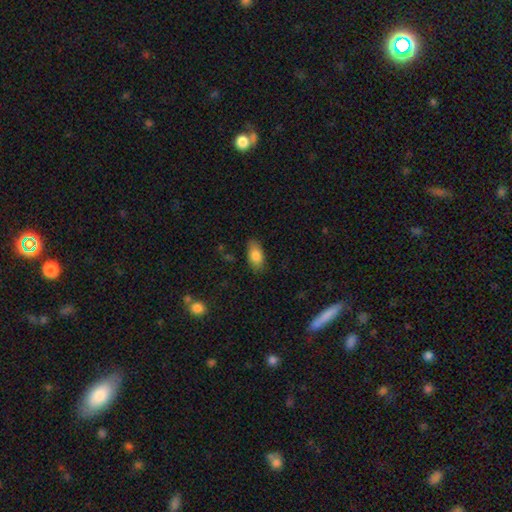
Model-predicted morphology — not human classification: Overall: smooth (83%). How rounded: in between (92%). Merging: none (83%).